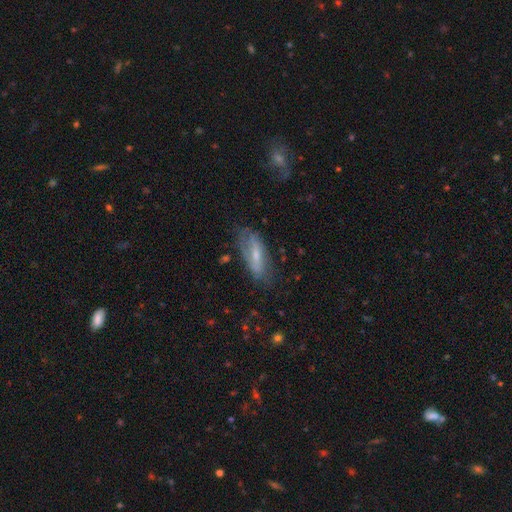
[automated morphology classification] This is possibly a featured or disk galaxy (50%). It is likely not viewed edge-on (75%). Merging: likely none (61%).